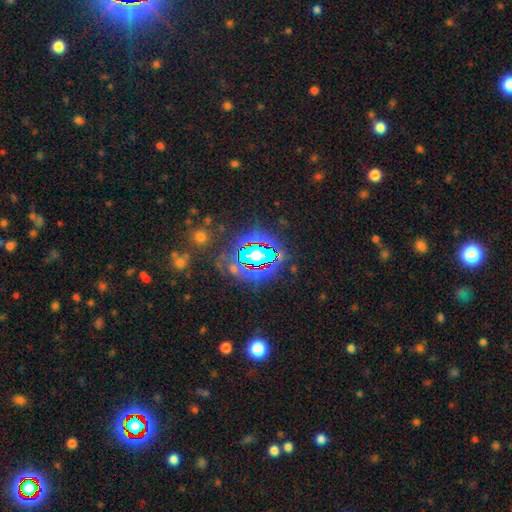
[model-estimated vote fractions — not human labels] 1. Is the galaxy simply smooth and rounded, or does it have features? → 69% star or artifact, 18% smooth, 13% featured or disk.